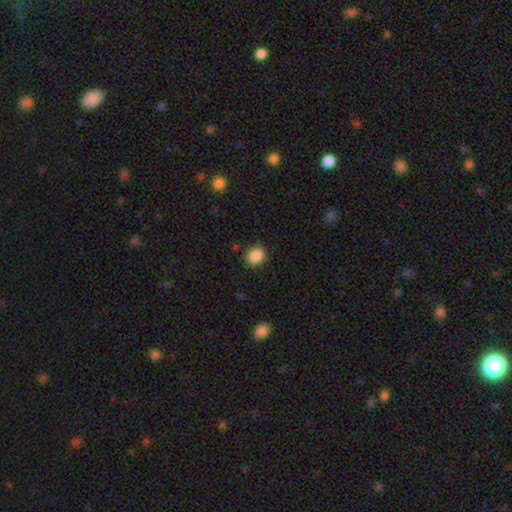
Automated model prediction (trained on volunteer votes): smooth 88%, star or artifact 9%, featured or disk 3%. Down the decision tree: how rounded — round (63%); merging — none (87%).